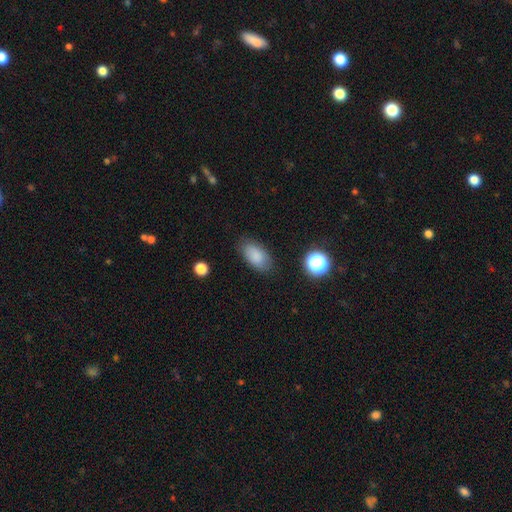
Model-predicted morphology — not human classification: Overall: smooth (85%). How rounded: in between (93%). Merging: none (82%).